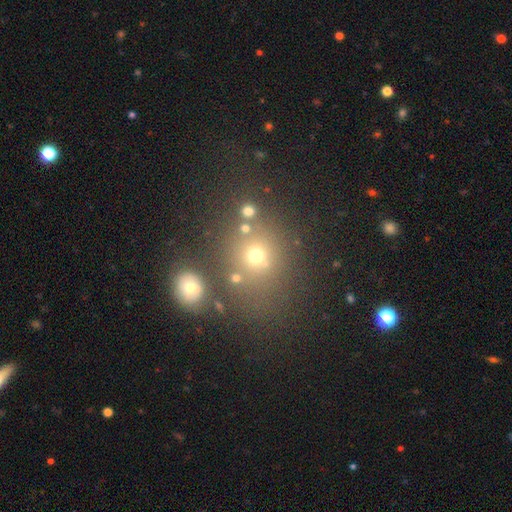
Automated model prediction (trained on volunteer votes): Overall: smooth (65%). How rounded: round (77%). Merging: none (68%).